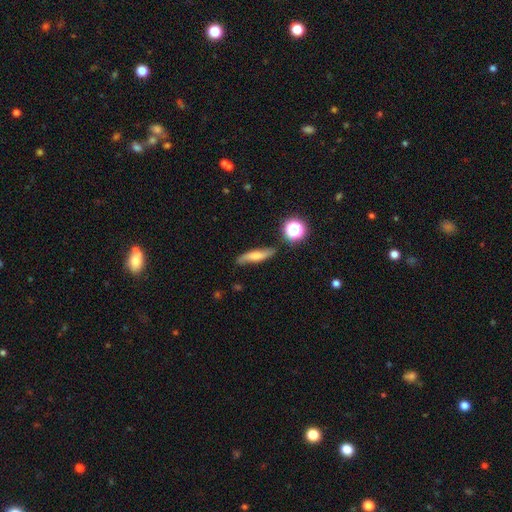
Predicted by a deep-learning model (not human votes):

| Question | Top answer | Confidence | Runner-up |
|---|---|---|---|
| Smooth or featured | smooth | 52% | featured or disk (37%) |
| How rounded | cigar-shaped | 70% | in between (23%) |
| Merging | none | 75% | minor disturbance (17%) |